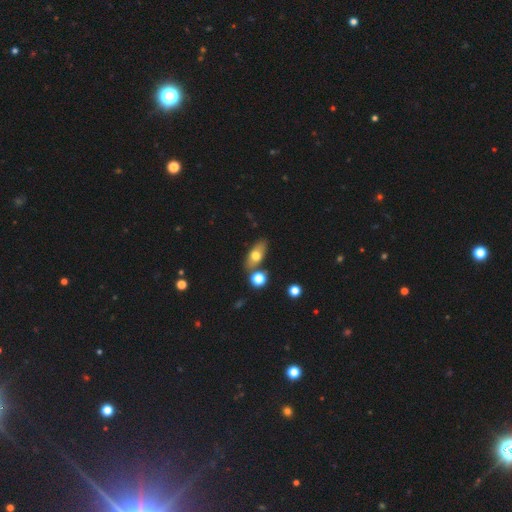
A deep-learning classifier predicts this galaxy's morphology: This appears to be a smooth galaxy with no disk features (67%) that is in between round and cigar-shaped (78%). Merging: none (71%).